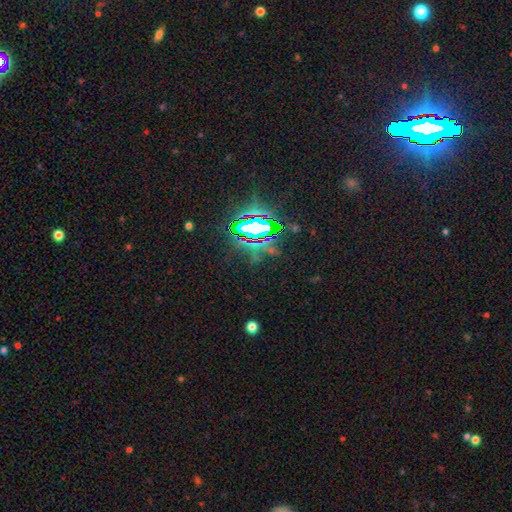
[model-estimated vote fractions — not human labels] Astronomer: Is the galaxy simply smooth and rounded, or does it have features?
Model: star or artifact — 76%.